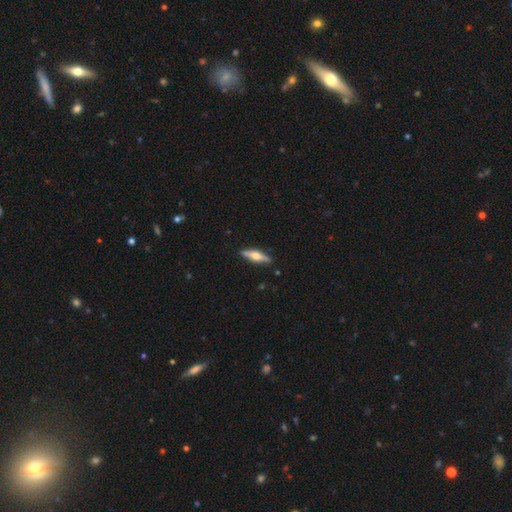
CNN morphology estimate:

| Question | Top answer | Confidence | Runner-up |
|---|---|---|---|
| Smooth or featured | featured or disk | 57% | smooth (37%) |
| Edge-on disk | yes | 95% | no (5%) |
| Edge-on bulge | rounded | 92% | boxy (6%) |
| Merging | none | 89% | minor disturbance (8%) |